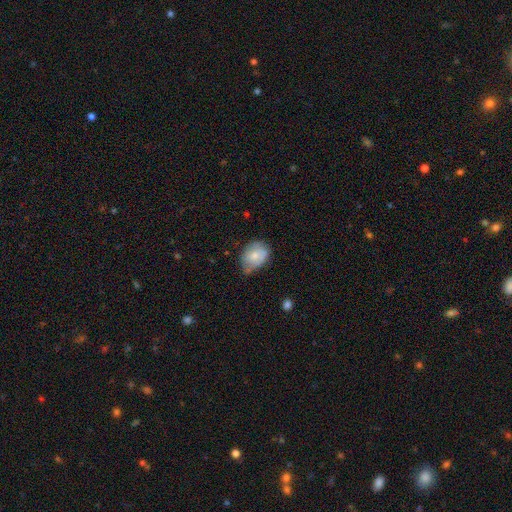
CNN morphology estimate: type=smooth (67%); roundness=in between (65%); merging=minor disturbance (43%).